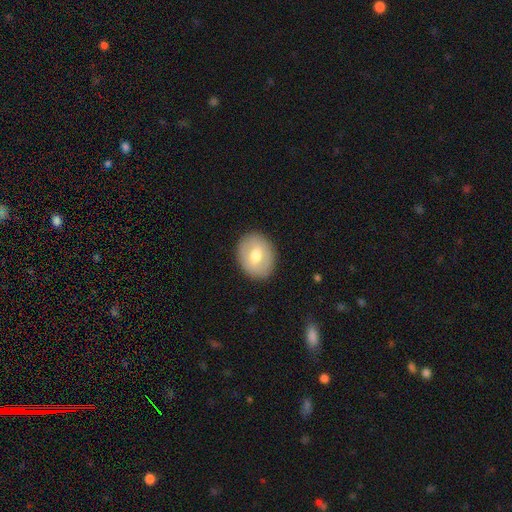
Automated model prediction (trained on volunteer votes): smooth 63%, featured or disk 31%, star or artifact 7%. Down the decision tree: how rounded — in between (51%); merging — none (88%).